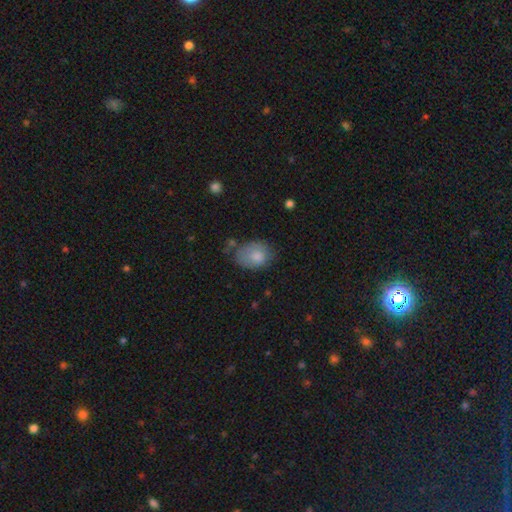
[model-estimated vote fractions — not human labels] The model was most divided on "merging": none: 49%, minor disturbance: 33%, major disturbance: 13%, merger: 5%. More confident: smooth or featured — smooth (80%); how rounded — in between (69%).